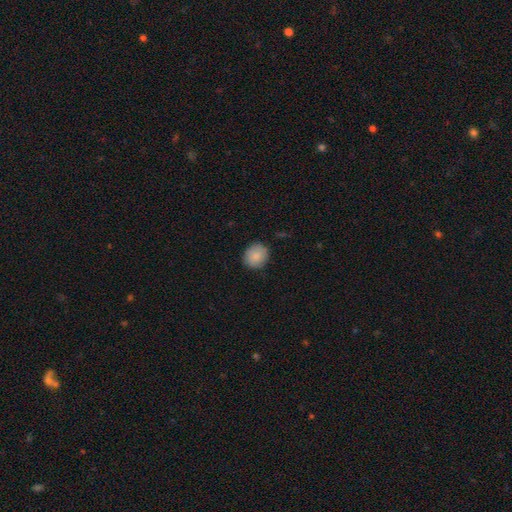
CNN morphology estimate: A smooth galaxy with no disk features (86%) that is round (79%).

Vote fractions:
- Smooth or featured? smooth: 86% / star or artifact: 7% / featured or disk: 7%
- How rounded? round: 79% / in between: 20% / cigar-shaped: 1%
- Merging? none: 86% / minor disturbance: 11% / major disturbance: 2% / merger: 1%